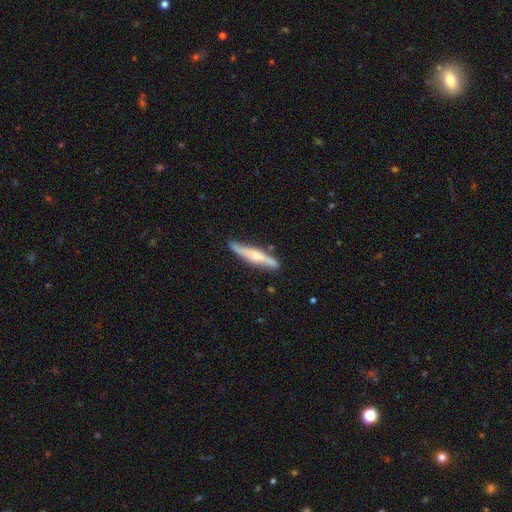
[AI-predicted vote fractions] smooth_or_featured: featured or disk (p=0.57) [alt: smooth p=0.38]
disk_edge_on: yes (p=0.88) [alt: no p=0.12]
edge_on_bulge: rounded (p=0.76) [alt: none p=0.14]
merging: none (p=0.80) [alt: minor disturbance p=0.15]